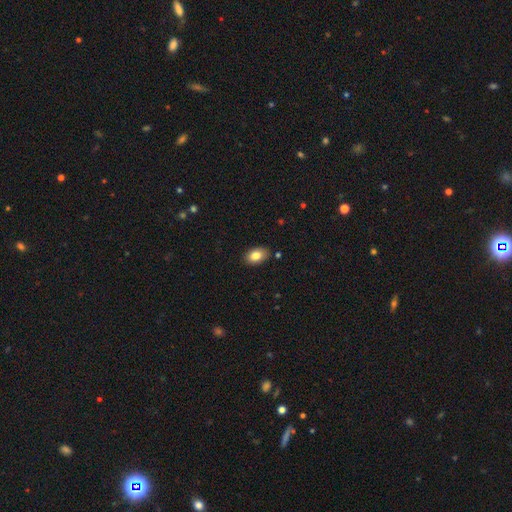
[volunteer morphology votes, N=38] smooth_or_featured: smooth (p=0.97) [alt: featured or disk p=0.03]
how_rounded: in between (p=0.89) [alt: round p=0.11]
merging: none (p=0.89) [alt: minor disturbance p=0.08]